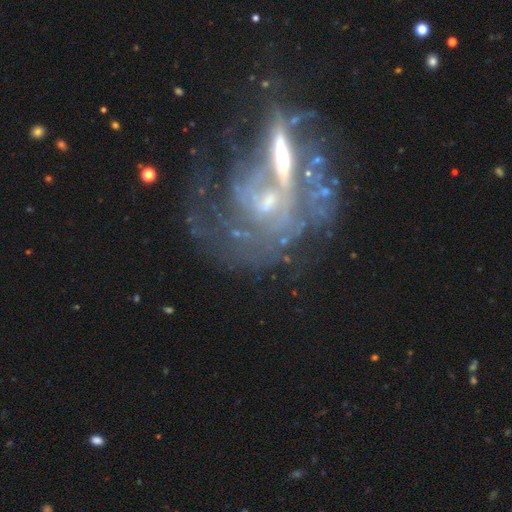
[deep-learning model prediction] smooth_or_featured: featured or disk (p=0.76) [alt: star or artifact p=0.13]
disk_edge_on: no (p=0.94) [alt: yes p=0.06]
bar: no (p=0.43) [alt: weak p=0.37]
has_spiral_arms: yes (p=0.71) [alt: no p=0.29]
spiral_winding: tight (p=0.45) [alt: medium p=0.34]
spiral_arm_count: can't tell (p=0.45) [alt: 2 p=0.25]
bulge_size: small (p=0.49) [alt: moderate p=0.32]
merging: none (p=0.40) [alt: major disturbance p=0.25]